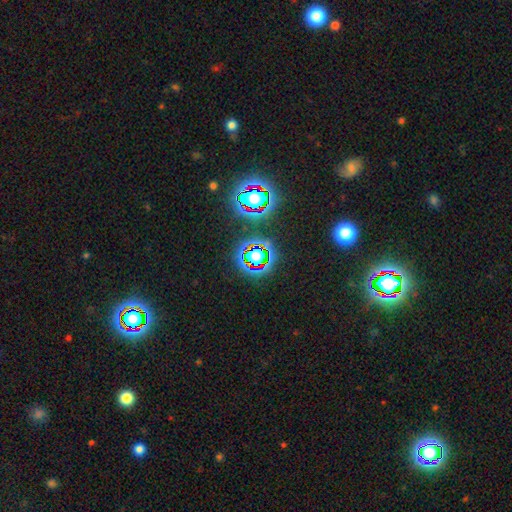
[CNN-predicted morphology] A star or artifact, not a galaxy (61%).